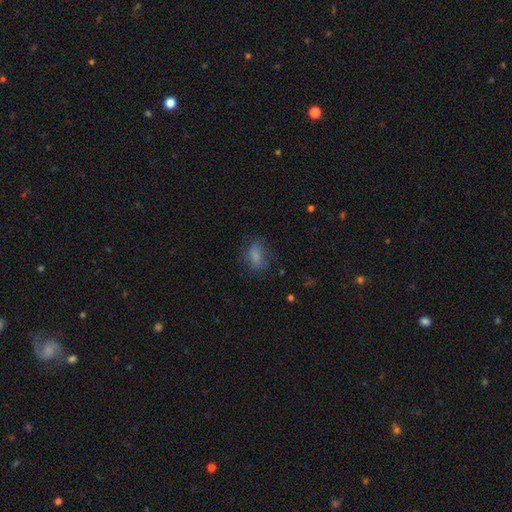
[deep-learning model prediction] Smooth or featured? smooth (72%)
How rounded? in between (78%)
Merging? none (62%)